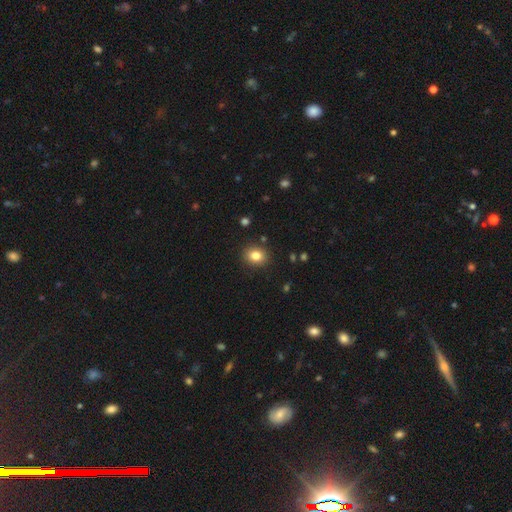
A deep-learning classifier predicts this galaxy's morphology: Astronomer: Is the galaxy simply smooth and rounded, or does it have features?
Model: smooth — 82%.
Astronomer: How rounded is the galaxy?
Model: round — 59% (runner-up: in between, 40%).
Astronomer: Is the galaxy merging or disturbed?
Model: none — 88%.